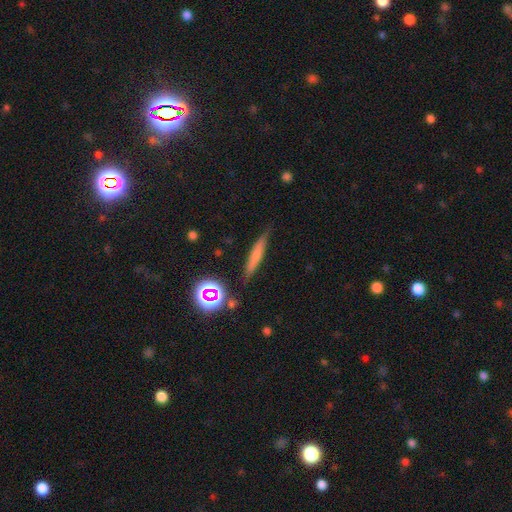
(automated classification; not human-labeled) This is possibly a smooth galaxy (60%). How rounded: clearly cigar-shaped (86%). Merging: likely none (80%).